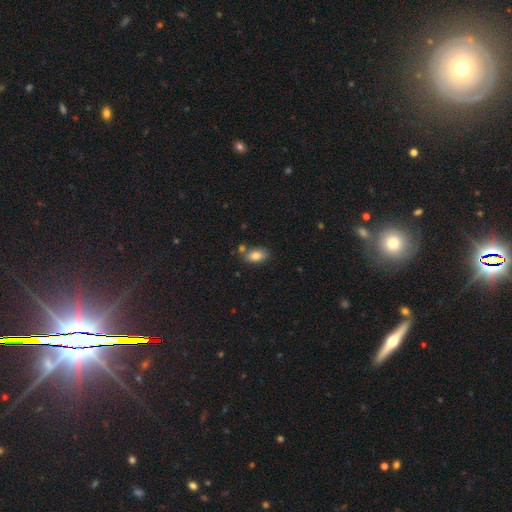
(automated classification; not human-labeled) Q: Smooth or featured?
A: smooth (83%); runner-up: featured or disk (9%)
Q: How rounded?
A: in between (90%); runner-up: round (8%)
Q: Merging?
A: none (71%); runner-up: minor disturbance (15%)